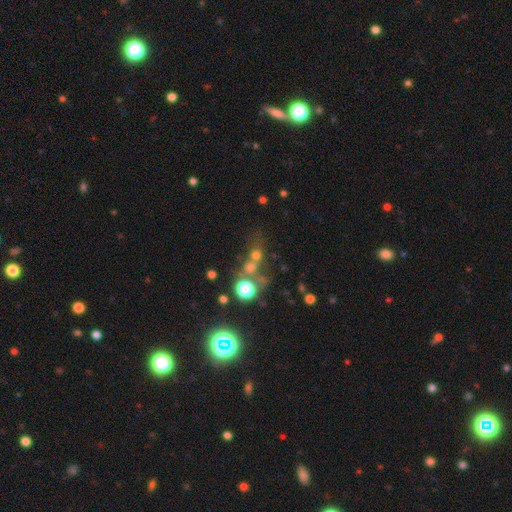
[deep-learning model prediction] A star or artifact, not a galaxy (51%).